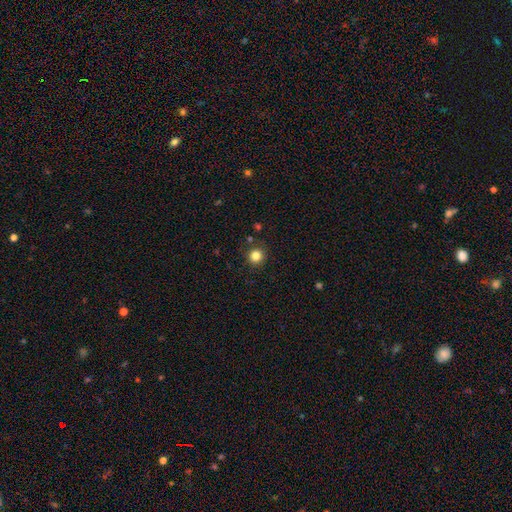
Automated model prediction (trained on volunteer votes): Smooth or featured? smooth (82%)
How rounded? round (94%)
Merging? none (89%)